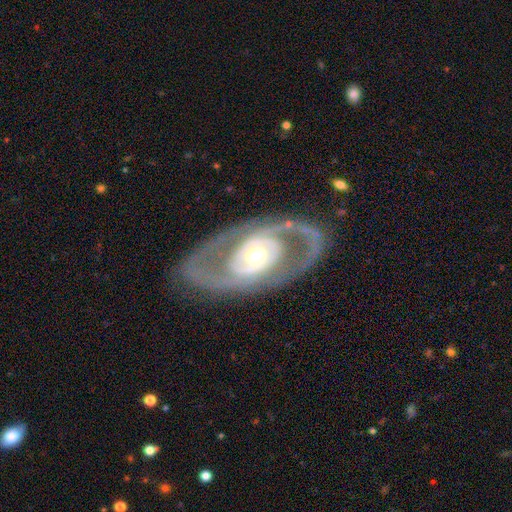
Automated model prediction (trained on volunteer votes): smooth-or-featured: featured or disk: 84% | smooth: 12% | star or artifact: 4%
  disk-edge-on: no: 93% | yes: 7%
    bar: no: 67% | weak: 22% | strong: 11%
    has-spiral-arms: yes: 65% | no: 35%
      spiral-winding: tight: 41% | medium: 39% | loose: 20%
      spiral-arm-count: 2: 73% | can't tell: 15% | 1: 6% | 3: 3% | 4: 2% | more than 4: 2%
    bulge-size: moderate: 68% | large: 17% | small: 12% | dominant: 2% | none: 1%
  merging: none: 77% | minor disturbance: 12% | major disturbance: 10% | merger: 1%